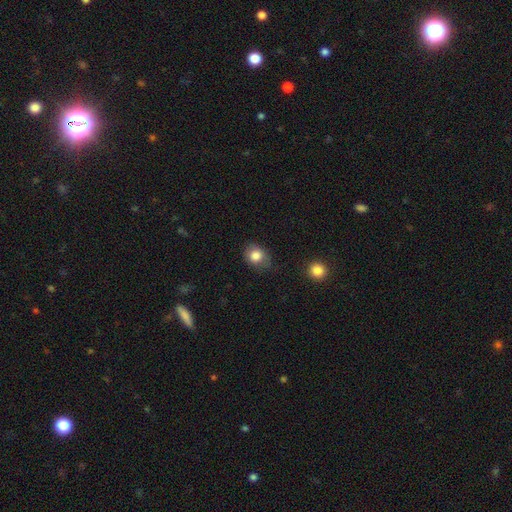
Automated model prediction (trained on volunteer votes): Morphology: type=smooth (82%); roundness=round (54%); merging=none (67%).